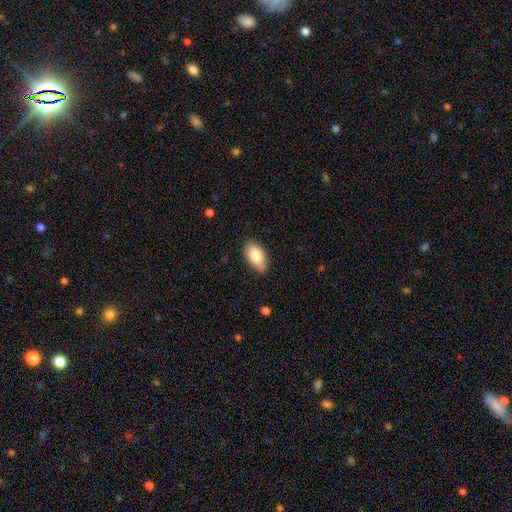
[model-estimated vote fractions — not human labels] This is clearly a smooth galaxy (83%). How rounded: clearly in between (94%). Merging: likely none (78%).